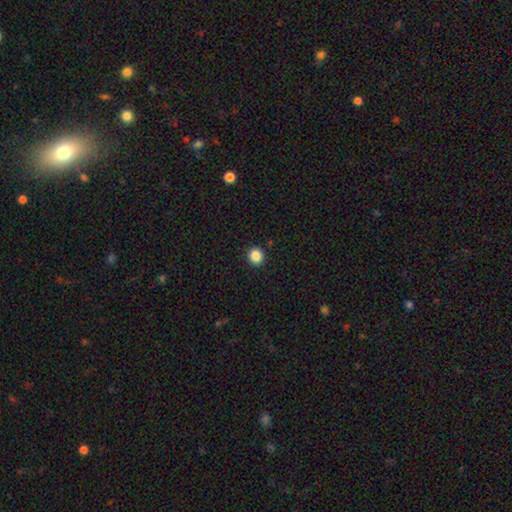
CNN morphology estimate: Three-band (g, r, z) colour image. It shows a smooth galaxy with no disk features (86%) that is round (89%). Merging: none (92%).